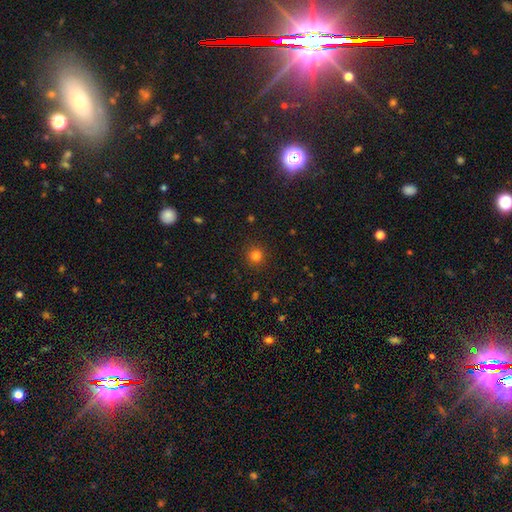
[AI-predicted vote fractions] This is clearly a smooth galaxy (81%). How rounded: clearly round (93%). Merging: clearly none (90%).